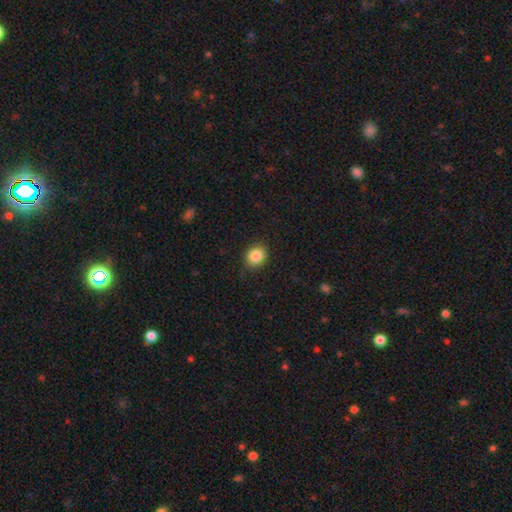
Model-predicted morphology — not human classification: Smooth or featured?
  - smooth: 86% *
  - star or artifact: 9%
  - featured or disk: 5%
How rounded?
  - round: 63% *
  - in between: 36%
  - cigar-shaped: 1%
Merging?
  - none: 84% *
  - minor disturbance: 12%
  - major disturbance: 3%
  - merger: 1%